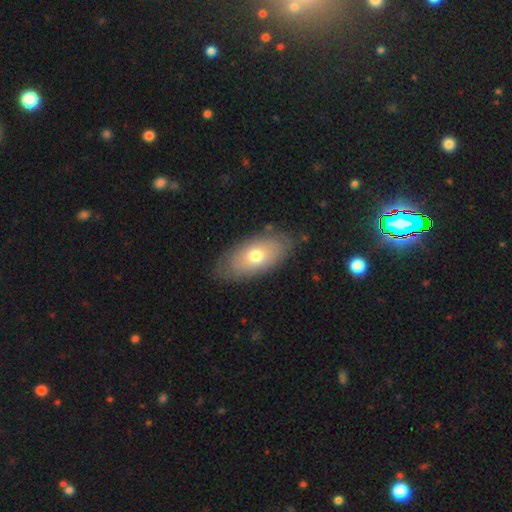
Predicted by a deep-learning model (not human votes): This appears to be a smooth galaxy with no disk features (67%) that is in between round and cigar-shaped (91%). Merging: none (82%).